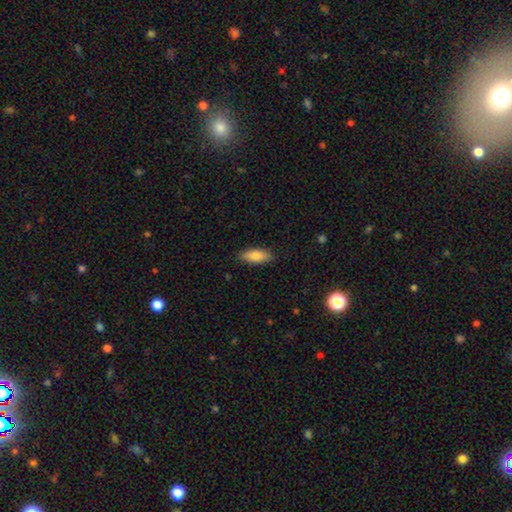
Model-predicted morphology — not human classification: smooth_or_featured: smooth (p=0.82) [alt: featured or disk p=0.11]
how_rounded: in between (p=0.78) [alt: cigar-shaped p=0.20]
merging: none (p=0.86) [alt: minor disturbance p=0.11]